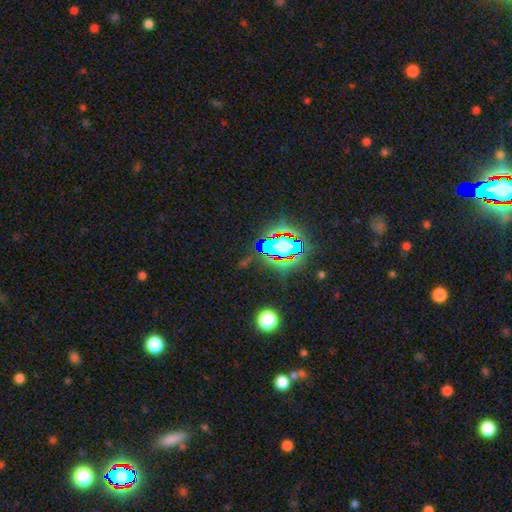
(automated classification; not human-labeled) A star or artifact, not a galaxy (78%).